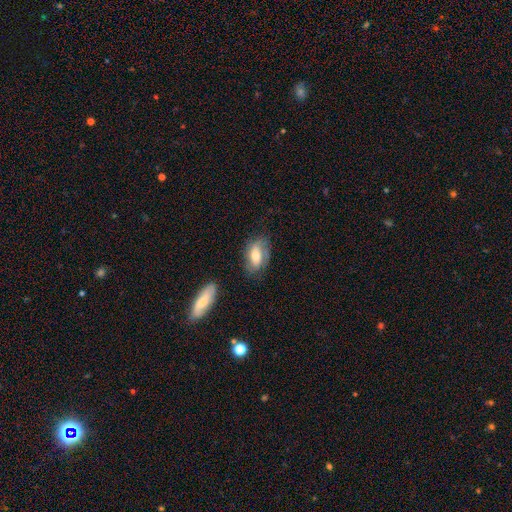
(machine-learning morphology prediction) smooth_or_featured: smooth (p=0.53) [alt: featured or disk p=0.39]
how_rounded: in between (p=0.89) [alt: round p=0.07]
merging: none (p=0.63) [alt: minor disturbance p=0.25]